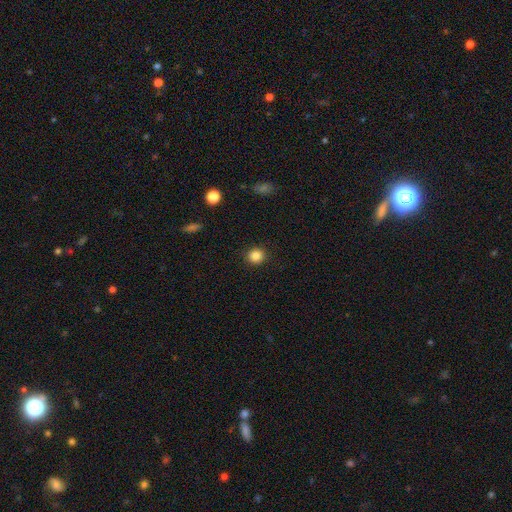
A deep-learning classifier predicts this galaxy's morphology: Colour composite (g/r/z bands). It shows a smooth galaxy with no disk features (86%) that is round (90%). Merging: none (92%).